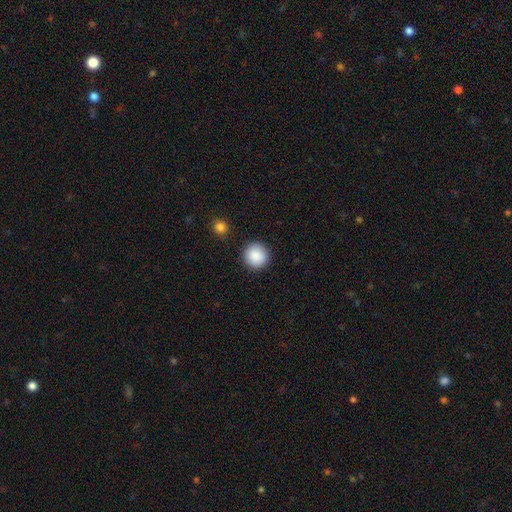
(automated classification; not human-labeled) The model was most divided on "smooth or featured": smooth: 88%, star or artifact: 8%, featured or disk: 4%. More confident: how rounded — round (95%); merging — none (90%).